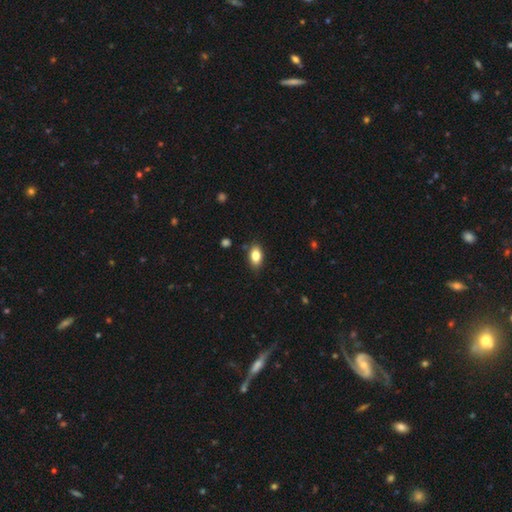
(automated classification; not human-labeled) A smooth galaxy with no disk features (83%) that is in between round and cigar-shaped (87%).

Vote fractions:
- Smooth or featured? smooth: 83% / featured or disk: 9% / star or artifact: 8%
- How rounded? in between: 87% / round: 10% / cigar-shaped: 3%
- Merging? none: 85% / minor disturbance: 11% / major disturbance: 2% / merger: 2%